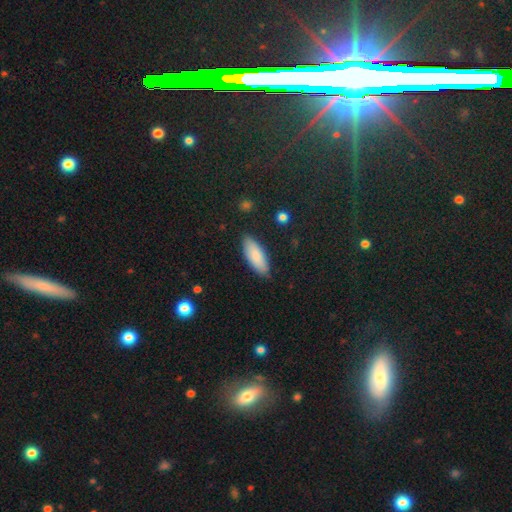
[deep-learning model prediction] Smooth or featured? smooth (85%)
How rounded? in between (74%)
Merging? none (85%)